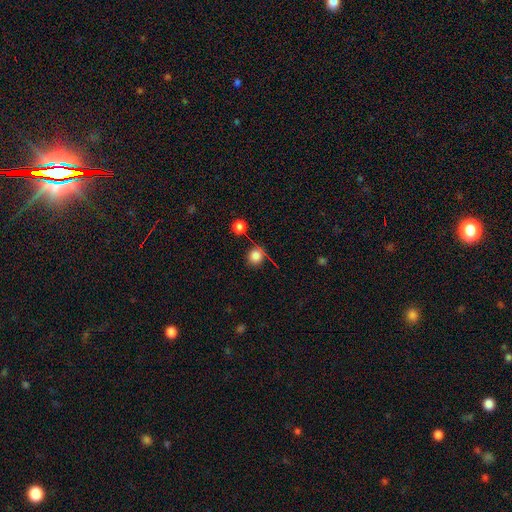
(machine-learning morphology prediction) Smooth or featured?
  - smooth: 82% *
  - star or artifact: 12%
  - featured or disk: 5%
How rounded?
  - round: 90% *
  - in between: 9%
  - cigar-shaped: 1%
Merging?
  - none: 76% *
  - minor disturbance: 14%
  - merger: 6%
  - major disturbance: 5%